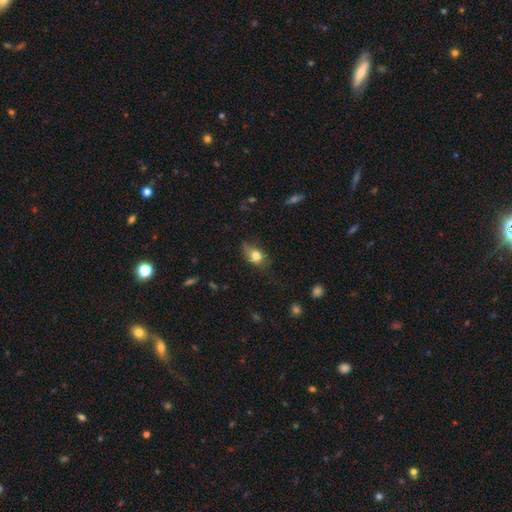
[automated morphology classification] The model was most divided on "merging": none: 50%, minor disturbance: 34%, major disturbance: 14%, merger: 2%. More confident: smooth or featured — smooth (78%); how rounded — in between (63%).